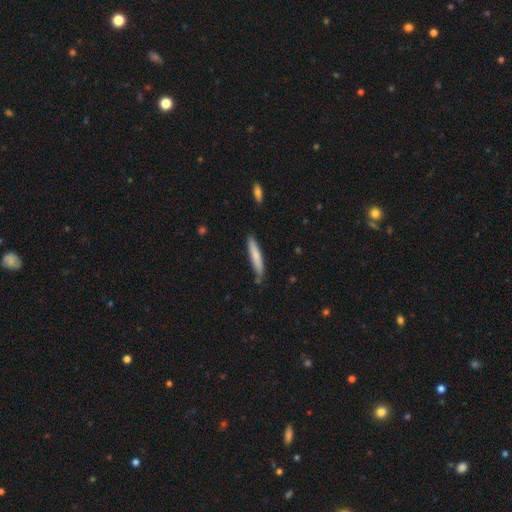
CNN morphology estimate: Smooth or featured? Predicted: smooth (p=0.74). How rounded? Predicted: cigar-shaped (p=0.92). Merging? Predicted: none (p=0.74).